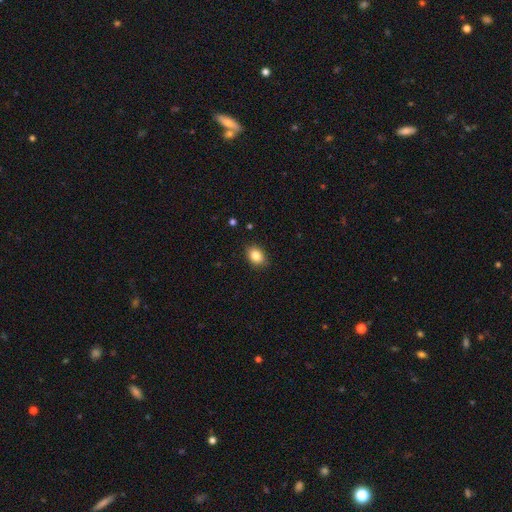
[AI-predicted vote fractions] Smooth or featured?
  - smooth: 85% *
  - star or artifact: 9%
  - featured or disk: 6%
How rounded?
  - in between: 72% *
  - round: 27%
  - cigar-shaped: 1%
Merging?
  - none: 87% *
  - minor disturbance: 10%
  - major disturbance: 2%
  - merger: 1%